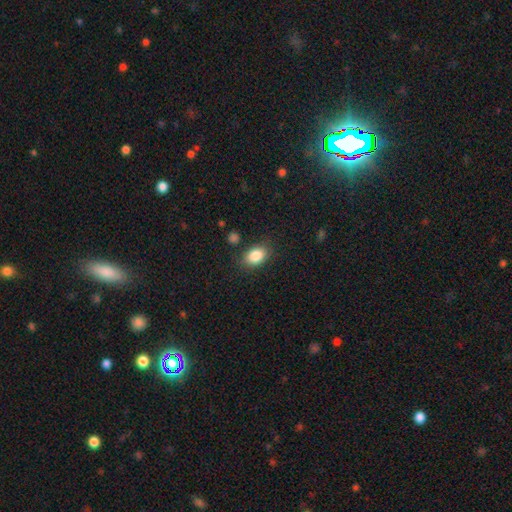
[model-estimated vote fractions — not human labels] A smooth galaxy with no disk features (86%) that is in between round and cigar-shaped (80%).

Vote fractions:
- Smooth or featured? smooth: 86% / star or artifact: 8% / featured or disk: 5%
- How rounded? in between: 80% / round: 19% / cigar-shaped: 1%
- Merging? none: 81% / minor disturbance: 13% / major disturbance: 4% / merger: 3%